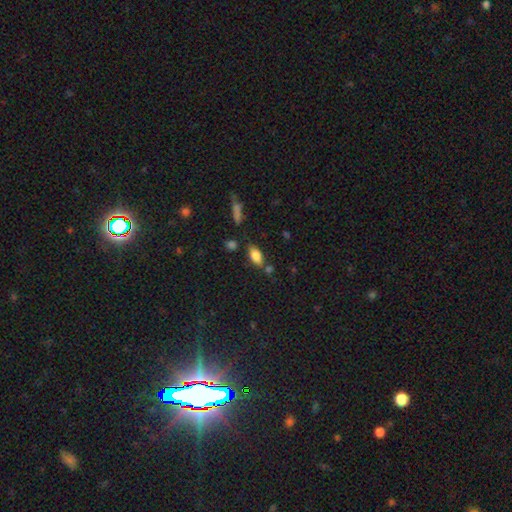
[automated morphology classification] A smooth galaxy with no disk features (82%) that is in between round and cigar-shaped (86%).

Vote fractions:
- Smooth or featured? smooth: 82% / featured or disk: 9% / star or artifact: 9%
- How rounded? in between: 86% / cigar-shaped: 10% / round: 3%
- Merging? none: 66% / minor disturbance: 17% / merger: 12% / major disturbance: 5%